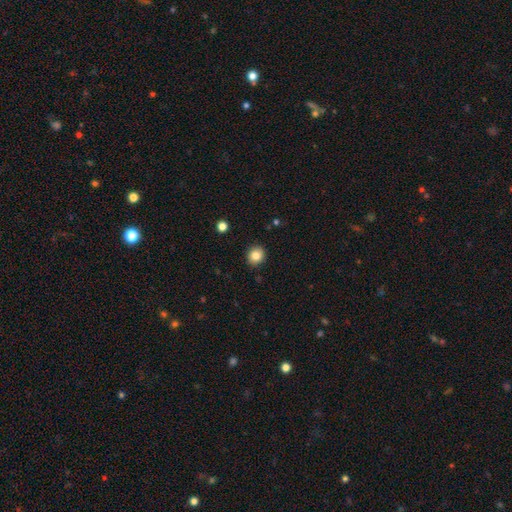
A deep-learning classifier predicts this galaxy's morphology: The model was most divided on "how rounded": round: 84%, in between: 16%, cigar-shaped: 1%. More confident: merging — none (91%); smooth or featured — smooth (84%).